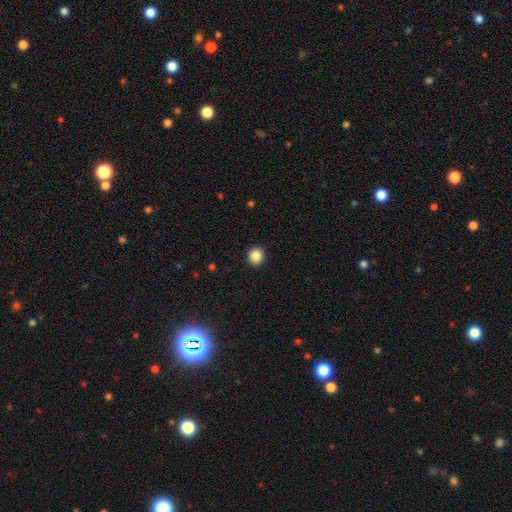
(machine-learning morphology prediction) Smooth or featured? Predicted: smooth (p=0.87). How rounded? Predicted: round (p=0.87). Merging? Predicted: none (p=0.93).